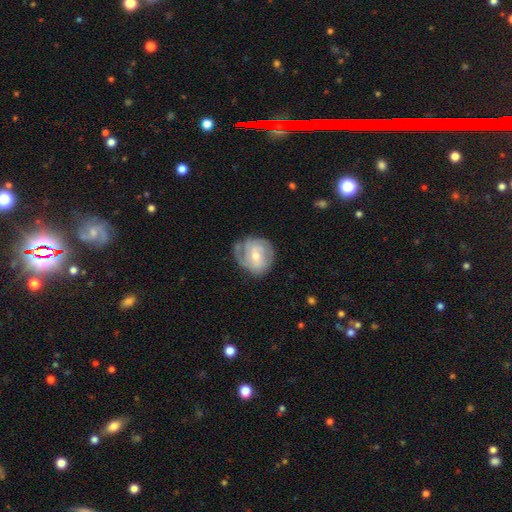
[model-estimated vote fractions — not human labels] This appears to be a featured or disk galaxy (72%) with no bar (47%), can't tell (32%, tied with 2) tight (56%) spiral arms (88%) and a moderate central bulge (50%). Merging: none (59%).